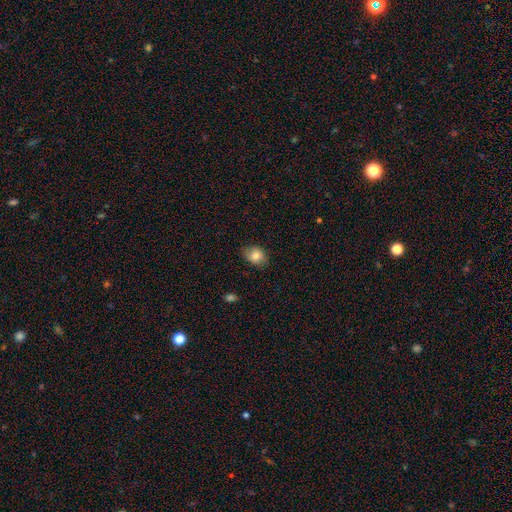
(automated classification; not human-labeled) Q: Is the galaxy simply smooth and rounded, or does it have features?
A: smooth — 82%.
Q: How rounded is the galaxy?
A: in between — 64%.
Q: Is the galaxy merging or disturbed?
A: none — 82%.